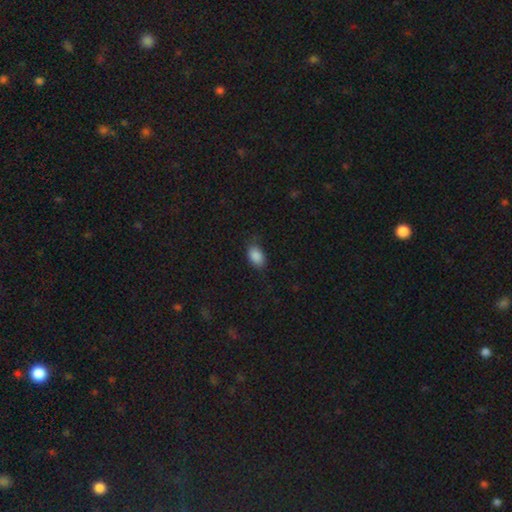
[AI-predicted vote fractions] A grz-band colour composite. It shows a smooth galaxy with no disk features (88%) that is in between round and cigar-shaped (89%). Merging: none (73%).